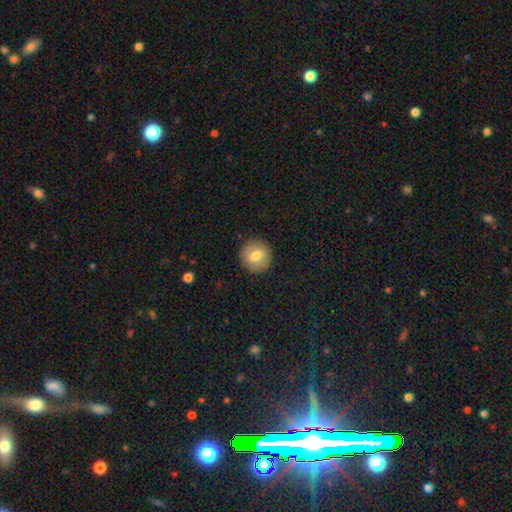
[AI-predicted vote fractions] The model was most divided on "smooth or featured": smooth: 74%, featured or disk: 18%, star or artifact: 8%. More confident: how rounded — round (92%); merging — none (90%).